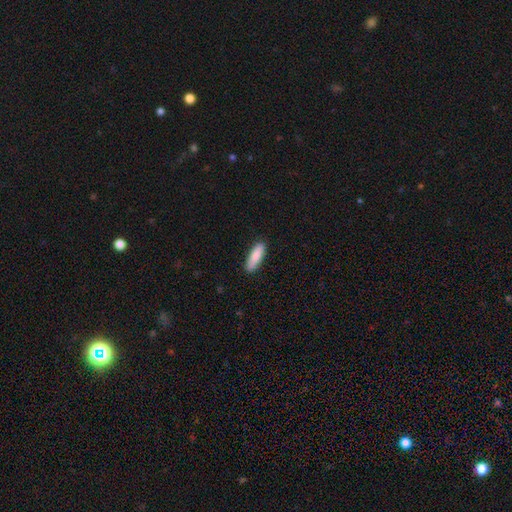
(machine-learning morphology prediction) Overall: smooth (86%). How rounded: cigar-shaped (53%; in between 45%). Merging: none (88%).